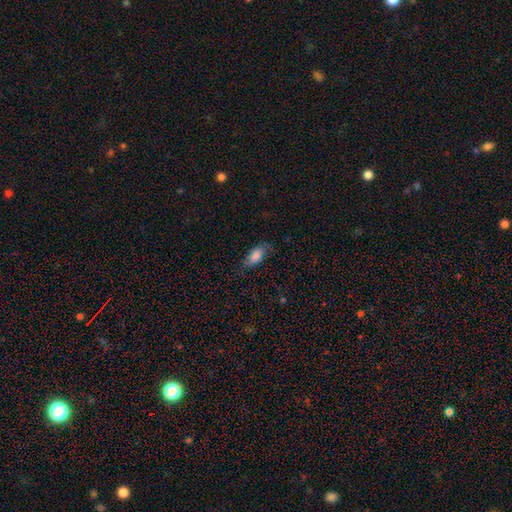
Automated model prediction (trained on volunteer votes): This is likely a smooth galaxy (78%). How rounded: clearly in between (85%). Merging: likely none (67%).